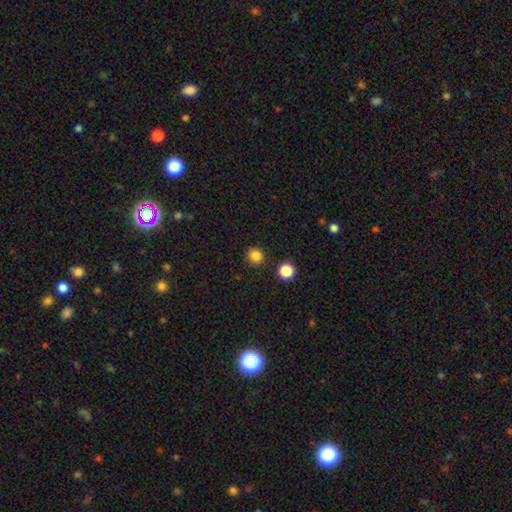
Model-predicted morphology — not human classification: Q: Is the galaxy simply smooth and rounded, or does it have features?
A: smooth — 84%.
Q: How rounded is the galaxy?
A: round — 91%.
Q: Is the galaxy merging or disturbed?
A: none — 90%.